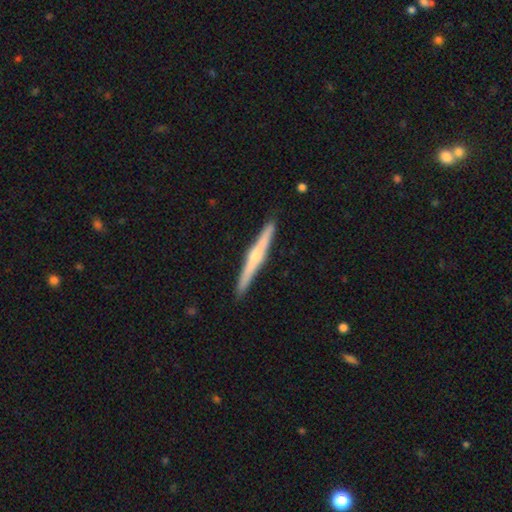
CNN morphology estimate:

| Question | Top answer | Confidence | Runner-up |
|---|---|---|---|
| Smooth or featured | featured or disk | 72% | smooth (23%) |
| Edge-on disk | yes | 98% | no (2%) |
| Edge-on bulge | rounded | 78% | none (17%) |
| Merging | none | 91% | minor disturbance (6%) |